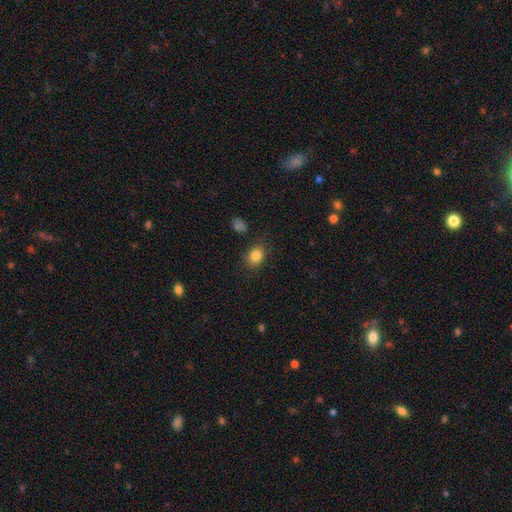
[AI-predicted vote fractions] smooth_or_featured: smooth (p=0.84) [alt: star or artifact p=0.10]
how_rounded: in between (p=0.51) [alt: round p=0.48]
merging: none (p=0.81) [alt: minor disturbance p=0.13]